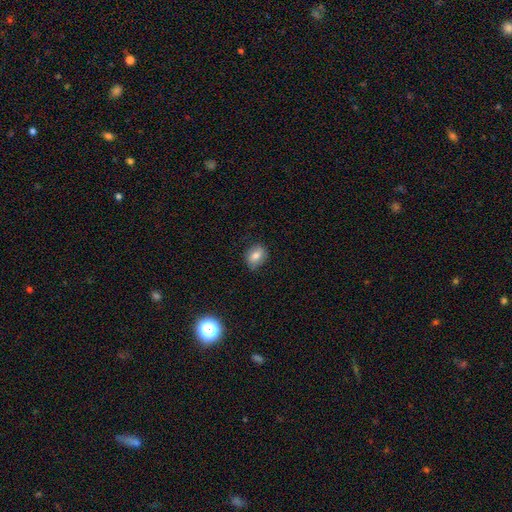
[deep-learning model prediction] smooth_or_featured: smooth (p=0.77) [alt: featured or disk p=0.13]
how_rounded: in between (p=0.58) [alt: round p=0.41]
merging: none (p=0.79) [alt: minor disturbance p=0.17]